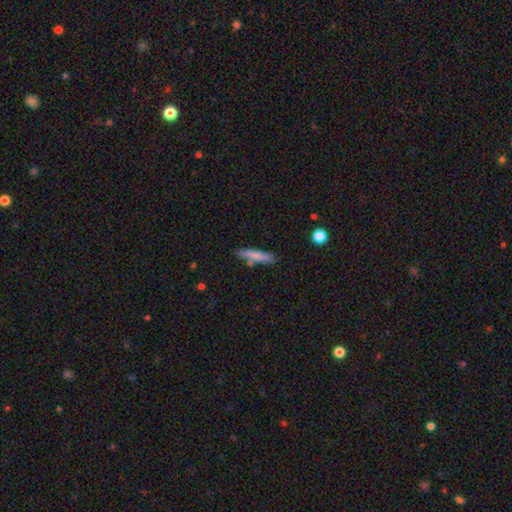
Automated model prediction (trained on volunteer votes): Smooth or featured?
  - smooth: 74% *
  - featured or disk: 19%
  - star or artifact: 6%
How rounded?
  - cigar-shaped: 85% *
  - in between: 14%
  - round: 2%
Merging?
  - none: 77% *
  - minor disturbance: 13%
  - merger: 7%
  - major disturbance: 3%